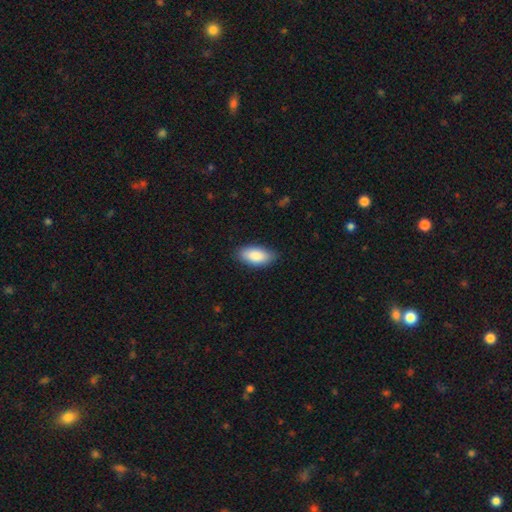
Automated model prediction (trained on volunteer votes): Morphology: type=smooth (87%); roundness=in between (92%); merging=none (84%).